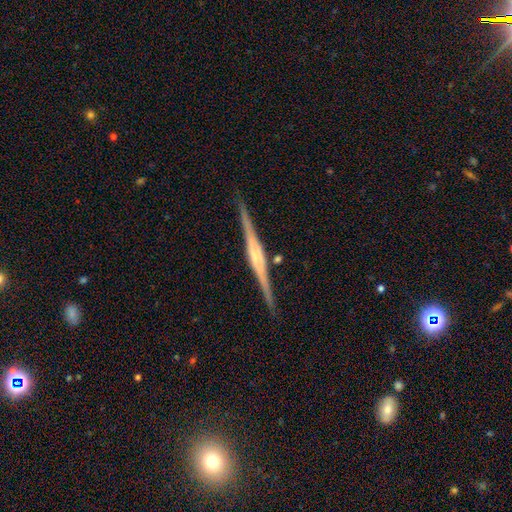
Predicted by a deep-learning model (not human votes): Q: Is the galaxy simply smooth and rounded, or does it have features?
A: featured or disk — 84%.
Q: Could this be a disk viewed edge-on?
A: yes — 98%.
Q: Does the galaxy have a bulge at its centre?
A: rounded — 55%.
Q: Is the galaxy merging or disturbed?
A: none — 89%.